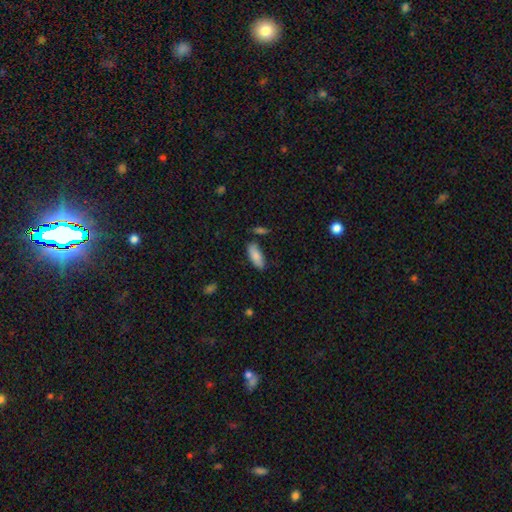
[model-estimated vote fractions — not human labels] smooth-or-featured: smooth: 86% | featured or disk: 8% | star or artifact: 6%
  how-rounded: in between: 76% | cigar-shaped: 22% | round: 2%
  merging: none: 79% | minor disturbance: 13% | merger: 5% | major disturbance: 3%